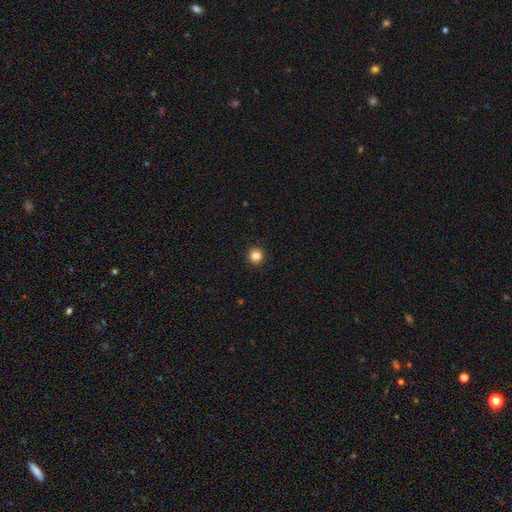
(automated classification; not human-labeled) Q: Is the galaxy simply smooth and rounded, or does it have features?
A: smooth — 85%.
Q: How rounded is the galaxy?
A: round — 94%.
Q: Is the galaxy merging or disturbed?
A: none — 93%.